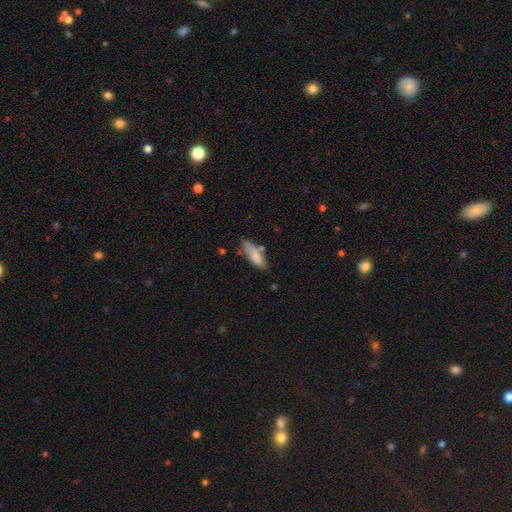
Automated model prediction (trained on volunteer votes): smooth 80%, featured or disk 13%, star or artifact 7%. Down the decision tree: how rounded — in between (61%); merging — none (62%).